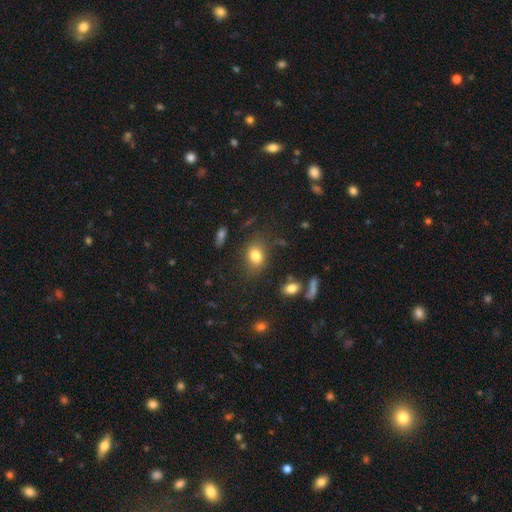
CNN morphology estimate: A smooth galaxy with no disk features (80%) that is in between round and cigar-shaped (65%).

Vote fractions:
- Smooth or featured? smooth: 80% / star or artifact: 11% / featured or disk: 9%
- How rounded? in between: 65% / round: 33% / cigar-shaped: 1%
- Merging? none: 75% / minor disturbance: 17% / major disturbance: 6% / merger: 3%